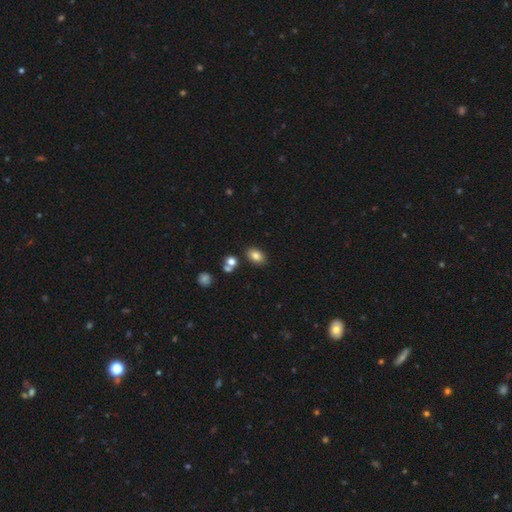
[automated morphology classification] This is clearly a smooth galaxy (82%). How rounded: clearly in between (81%). Merging: clearly none (82%).